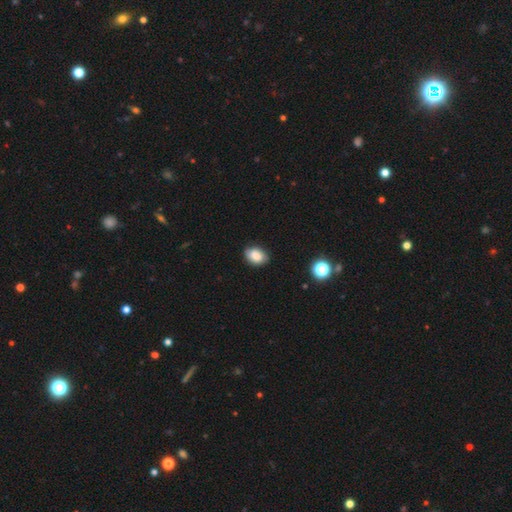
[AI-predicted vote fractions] A smooth galaxy with no disk features (81%) that is in between round and cigar-shaped (78%).

Vote fractions:
- Smooth or featured? smooth: 81% / featured or disk: 10% / star or artifact: 9%
- How rounded? in between: 78% / round: 21% / cigar-shaped: 1%
- Merging? none: 80% / minor disturbance: 16% / major disturbance: 3% / merger: 1%